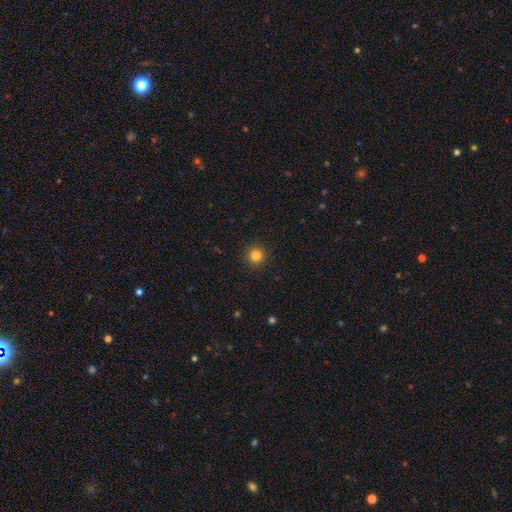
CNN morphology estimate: type=smooth (83%); roundness=round (95%); merging=none (93%).